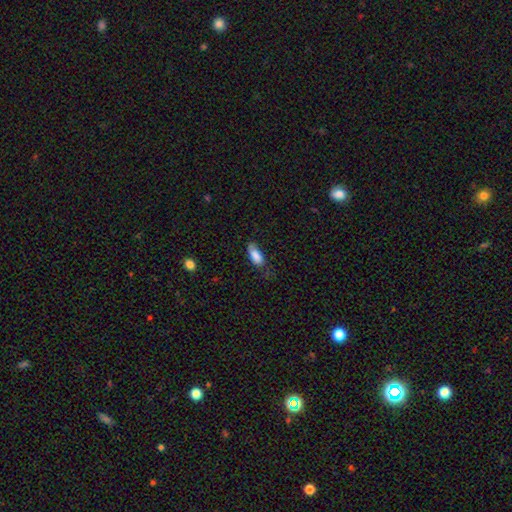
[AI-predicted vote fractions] smooth-or-featured: smooth: 81% | featured or disk: 13% | star or artifact: 7%
  how-rounded: in between: 84% | cigar-shaped: 13% | round: 2%
  merging: none: 53% | minor disturbance: 31% | major disturbance: 13% | merger: 2%